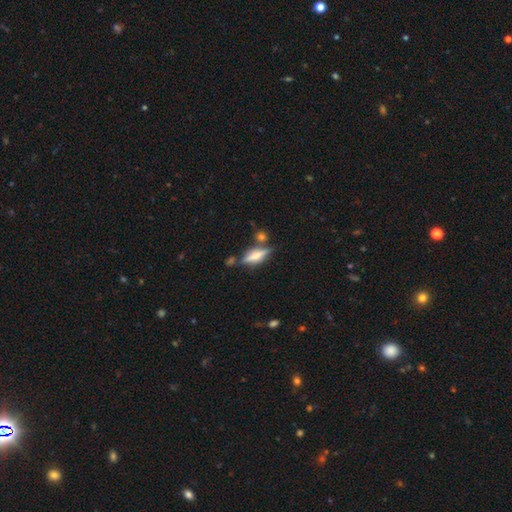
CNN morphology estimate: Smooth or featured?
  - featured or disk: 48% *
  - smooth: 44%
  - star or artifact: 9%
Merging?
  - none: 67% *
  - minor disturbance: 16%
  - merger: 12%
  - major disturbance: 5%